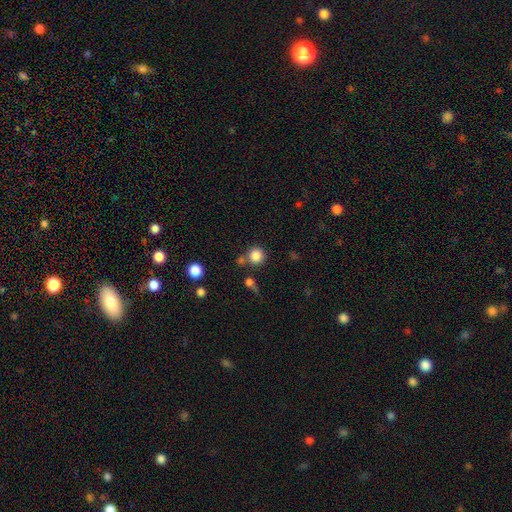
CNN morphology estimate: This is clearly a smooth galaxy (85%). How rounded: clearly round (93%). Merging: likely none (75%).